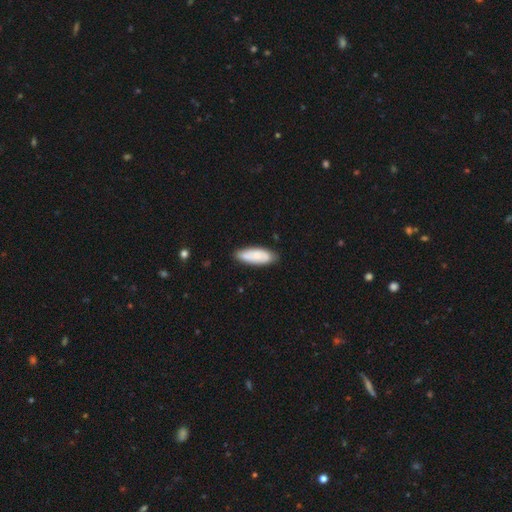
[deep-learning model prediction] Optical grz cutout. It shows a smooth galaxy with no disk features (77%) that is in between round and cigar-shaped (73%). Merging: none (79%).